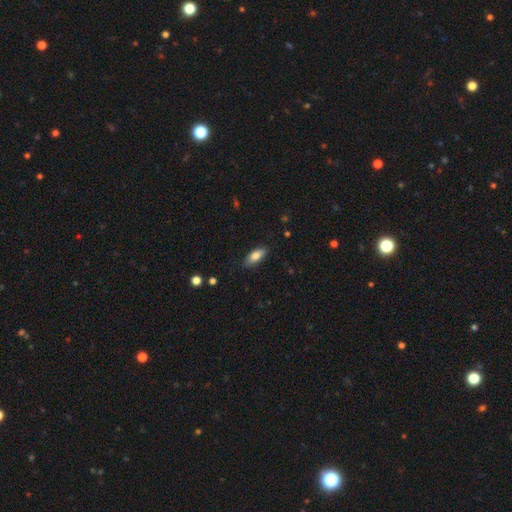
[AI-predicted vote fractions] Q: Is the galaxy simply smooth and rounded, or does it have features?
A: smooth — 79%.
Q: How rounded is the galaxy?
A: in between — 77%.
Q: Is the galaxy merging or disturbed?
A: none — 85%.